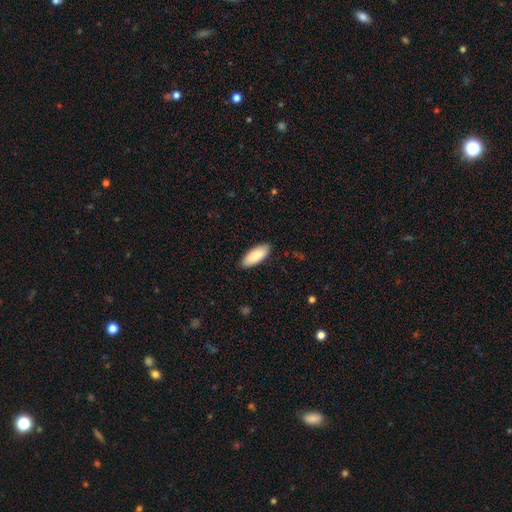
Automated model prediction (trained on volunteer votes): This appears to be a smooth galaxy with no disk features (88%) that is in between round and cigar-shaped (80%). Merging: none (89%).